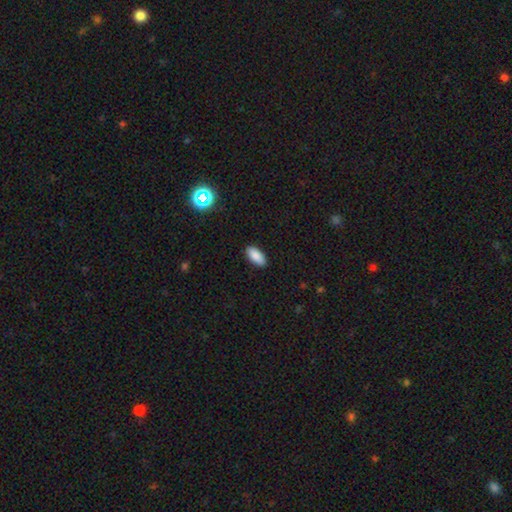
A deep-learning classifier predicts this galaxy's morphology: A smooth galaxy with no disk features (87%) that is in between round and cigar-shaped (88%). Merging: none (89%).